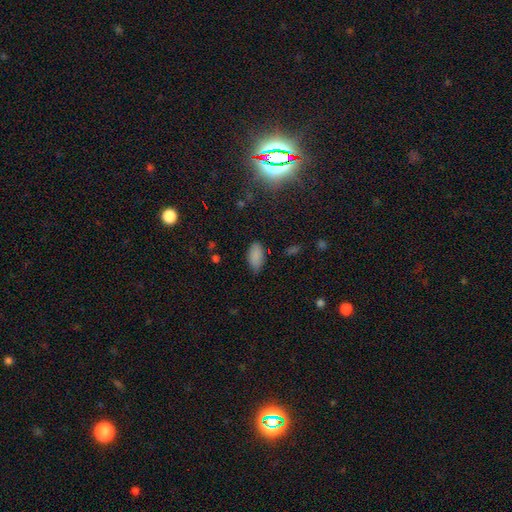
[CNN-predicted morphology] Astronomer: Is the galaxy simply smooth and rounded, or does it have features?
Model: smooth — 85%.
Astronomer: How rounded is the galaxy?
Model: in between — 94%.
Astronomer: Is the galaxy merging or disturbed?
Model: none — 71%.